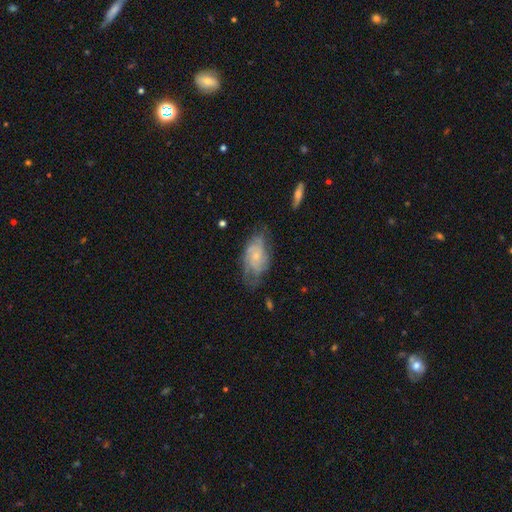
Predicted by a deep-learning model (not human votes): Q: Smooth or featured?
A: featured or disk (65%); runner-up: smooth (28%)
Q: Edge-on disk?
A: no (95%); runner-up: yes (5%)
Q: Bar?
A: no (74%); runner-up: weak (23%)
Q: Spiral arms?
A: yes (85%); runner-up: no (15%)
Q: Spiral winding?
A: tight (47%); runner-up: medium (38%)
Q: Spiral arm count?
A: can't tell (41%); runner-up: 2 (33%)
Q: Bulge size?
A: small (69%); runner-up: moderate (22%)
Q: Merging?
A: none (57%); runner-up: minor disturbance (28%)